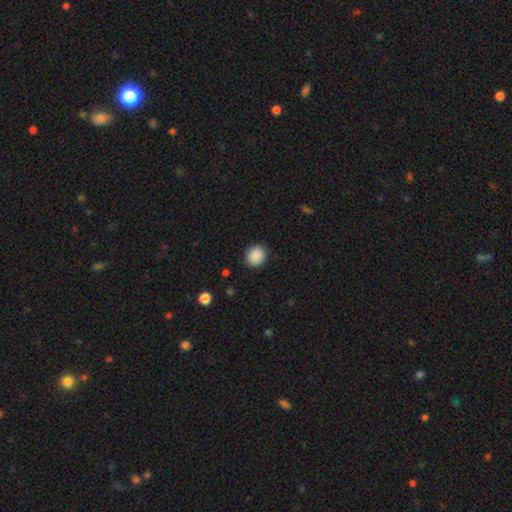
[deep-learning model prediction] smooth 89%, star or artifact 8%, featured or disk 3%. Down the decision tree: how rounded — round (78%); merging — none (90%).